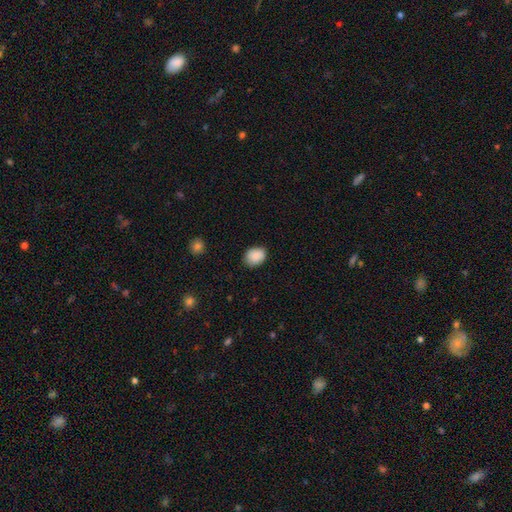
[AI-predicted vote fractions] Smooth or featured: smooth — 89% (star or artifact — 8%)
How rounded: in between — 57% (round — 42%)
Merging: none — 81% (minor disturbance — 15%)